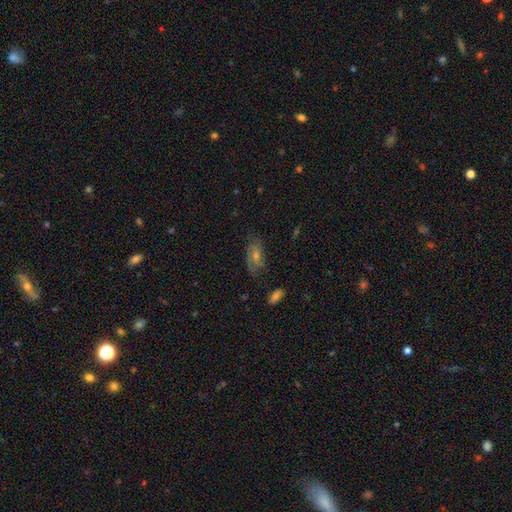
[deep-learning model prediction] Smooth or featured? Predicted: featured or disk (p=0.61). Edge-on disk? Predicted: no (p=0.93). Bar? Predicted: no (p=0.51). Spiral arms? Predicted: yes (p=0.89). Spiral winding? Predicted: medium (p=0.45). Spiral arm count? Predicted: 2 (p=0.56). Bulge size? Predicted: small (p=0.50). Merging? Predicted: none (p=0.75).